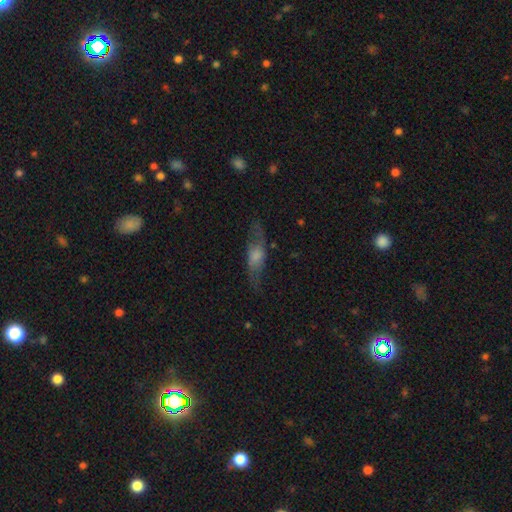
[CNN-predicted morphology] featured or disk 52%, smooth 38%, star or artifact 9%. Down the decision tree: edge-on disk — yes (57%); merging — none (69%).